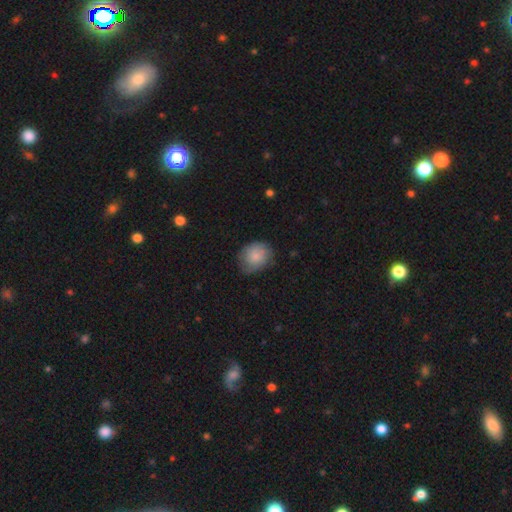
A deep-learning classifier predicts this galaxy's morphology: Smooth or featured?
  - smooth: 75% *
  - featured or disk: 18%
  - star or artifact: 7%
How rounded?
  - round: 61% *
  - in between: 38%
  - cigar-shaped: 1%
Merging?
  - none: 67% *
  - minor disturbance: 26%
  - major disturbance: 6%
  - merger: 1%